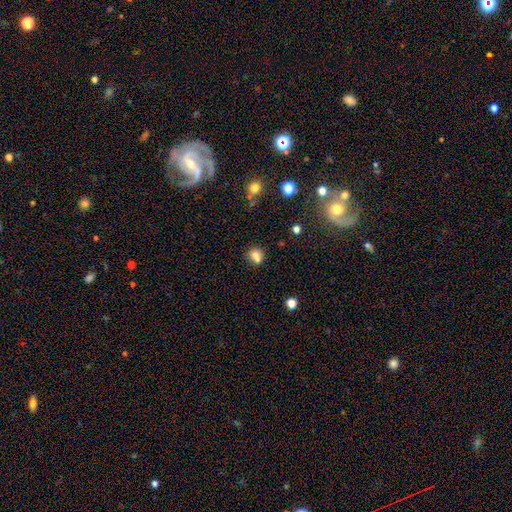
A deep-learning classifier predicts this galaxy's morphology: smooth-or-featured: smooth: 73% | featured or disk: 13% | star or artifact: 13%
  how-rounded: round: 76% | in between: 23% | cigar-shaped: 1%
  merging: none: 50% | merger: 36% | minor disturbance: 11% | major disturbance: 4%